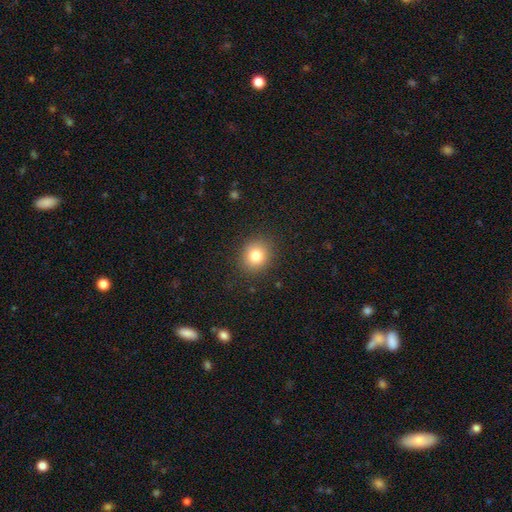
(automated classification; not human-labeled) Smooth or featured? smooth (81%)
How rounded? round (74%)
Merging? none (88%)